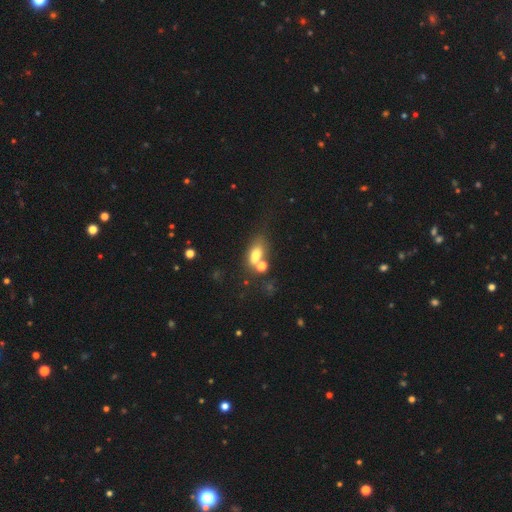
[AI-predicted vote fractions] This appears to be a smooth galaxy with no disk features (66%) that is in between round and cigar-shaped (73%). Merging: none (39%).